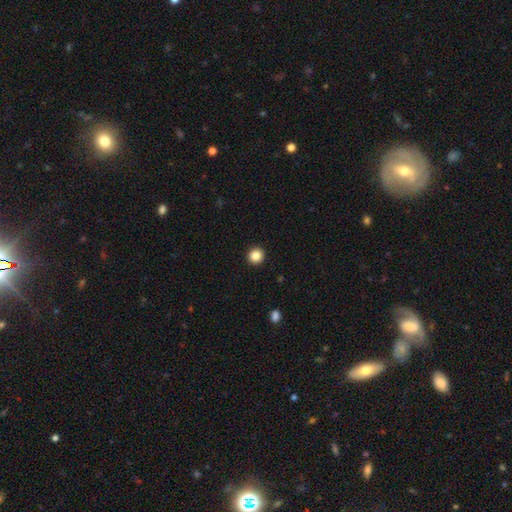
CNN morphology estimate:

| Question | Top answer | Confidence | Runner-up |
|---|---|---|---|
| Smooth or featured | smooth | 86% | star or artifact (10%) |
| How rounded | round | 94% | in between (6%) |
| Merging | none | 94% | minor disturbance (4%) |